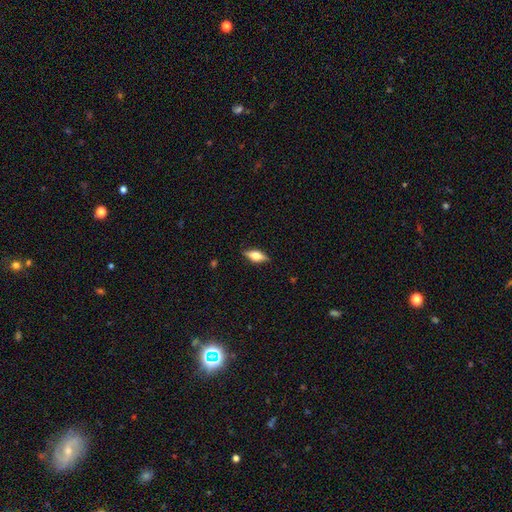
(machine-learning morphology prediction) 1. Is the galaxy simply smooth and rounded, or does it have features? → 53% smooth, 40% featured or disk, 7% star or artifact.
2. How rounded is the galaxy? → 75% in between, 22% cigar-shaped, 4% round.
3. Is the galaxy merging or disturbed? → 86% none, 11% minor disturbance, 2% major disturbance, 1% merger.